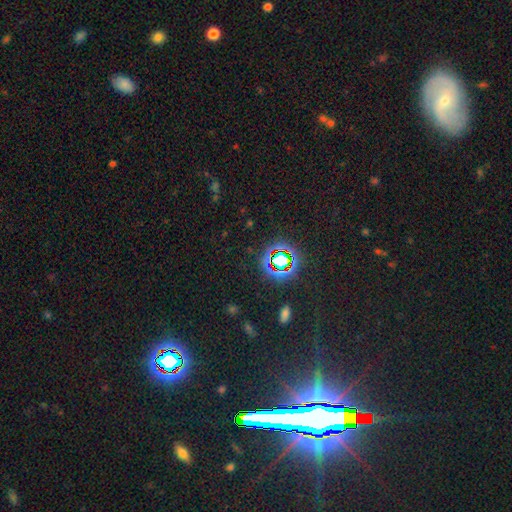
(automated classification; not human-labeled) Smooth or featured? star or artifact (73%)